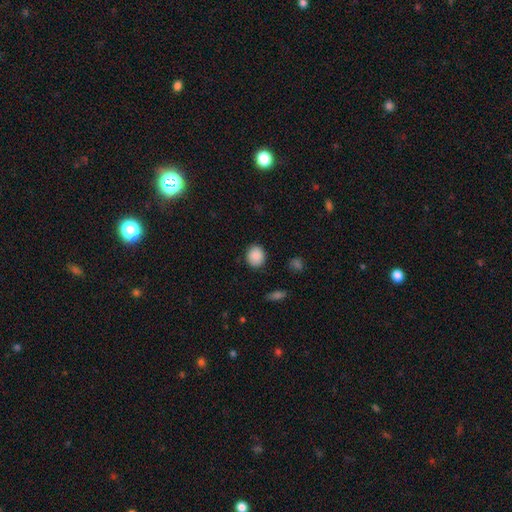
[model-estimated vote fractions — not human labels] This appears to be a smooth galaxy with no disk features (89%) that is round (71%). Merging: none (88%).